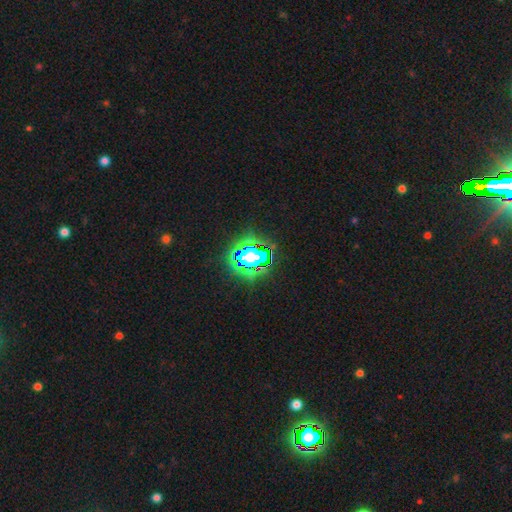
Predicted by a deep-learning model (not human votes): A star or artifact, not a galaxy (78%).

Vote fractions:
- Smooth or featured? star or artifact: 78% / smooth: 14% / featured or disk: 8%